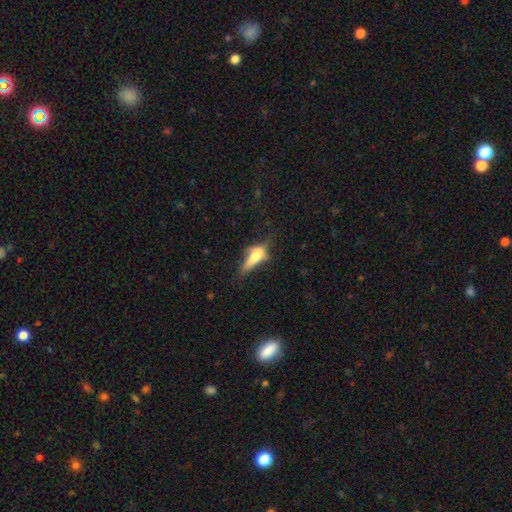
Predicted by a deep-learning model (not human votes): Smooth or featured? Predicted: smooth (p=0.51). How rounded? Predicted: in between (p=0.50). Merging? Predicted: none (p=0.37).